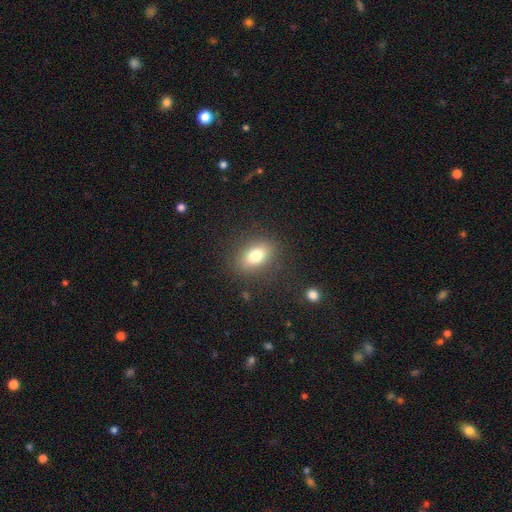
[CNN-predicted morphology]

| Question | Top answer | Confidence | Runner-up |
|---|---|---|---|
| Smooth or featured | smooth | 78% | featured or disk (12%) |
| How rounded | in between | 80% | round (17%) |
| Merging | none | 84% | minor disturbance (10%) |